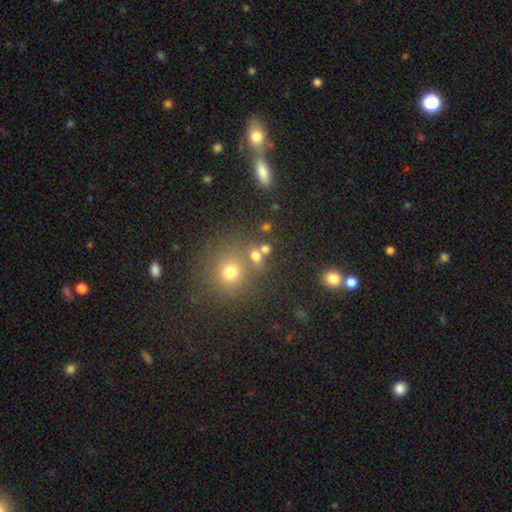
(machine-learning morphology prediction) A smooth galaxy with no disk features (70%) that is round (76%).

Vote fractions:
- Smooth or featured? smooth: 70% / star or artifact: 21% / featured or disk: 10%
- How rounded? round: 76% / in between: 22% / cigar-shaped: 2%
- Merging? none: 60% / merger: 26% / minor disturbance: 9% / major disturbance: 5%